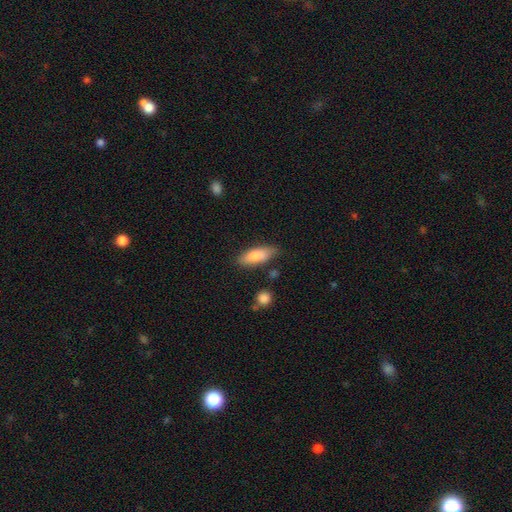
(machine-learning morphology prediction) smooth-or-featured: smooth: 82% | featured or disk: 12% | star or artifact: 6%
  how-rounded: in between: 66% | cigar-shaped: 32% | round: 2%
  merging: none: 79% | minor disturbance: 15% | merger: 3% | major disturbance: 3%